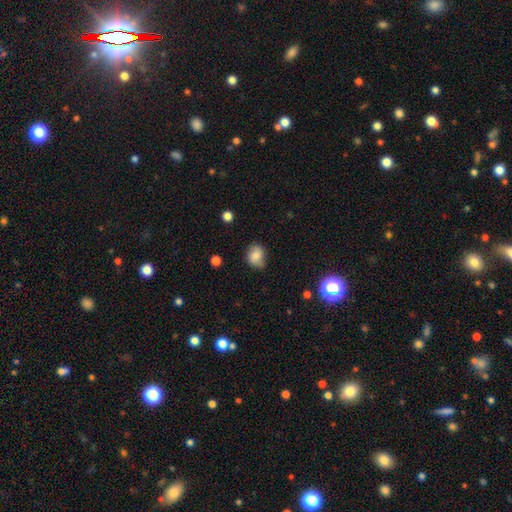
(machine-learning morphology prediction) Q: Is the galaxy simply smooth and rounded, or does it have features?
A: smooth — 77%.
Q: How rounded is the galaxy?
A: round — 54%.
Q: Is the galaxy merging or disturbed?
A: none — 62%.